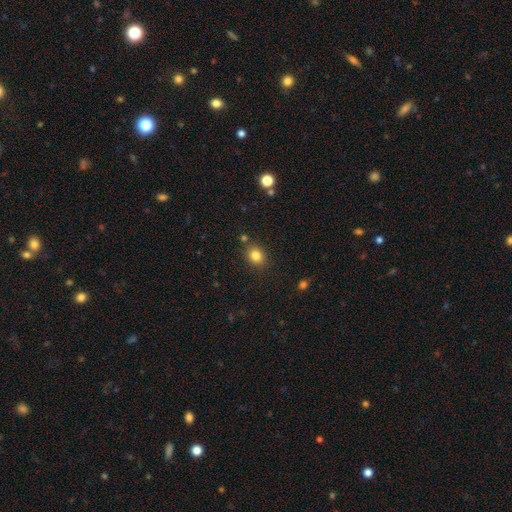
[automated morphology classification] Q: Smooth or featured?
A: smooth (83%); runner-up: star or artifact (11%)
Q: How rounded?
A: round (63%); runner-up: in between (36%)
Q: Merging?
A: none (83%); runner-up: minor disturbance (10%)